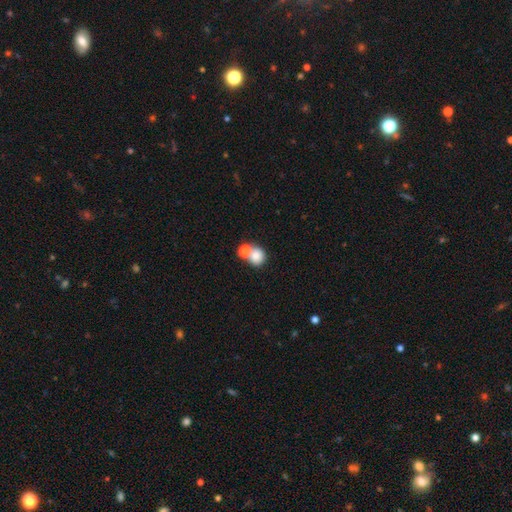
This is likely a smooth galaxy (79%). How rounded: clearly round (97%). Merging: possibly merger (49%).